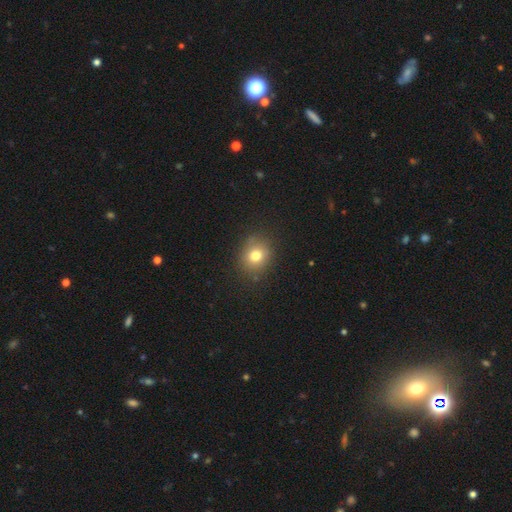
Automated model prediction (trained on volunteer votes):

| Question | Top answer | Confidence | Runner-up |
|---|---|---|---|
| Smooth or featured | smooth | 76% | star or artifact (14%) |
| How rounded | round | 70% | in between (29%) |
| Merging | none | 84% | minor disturbance (11%) |